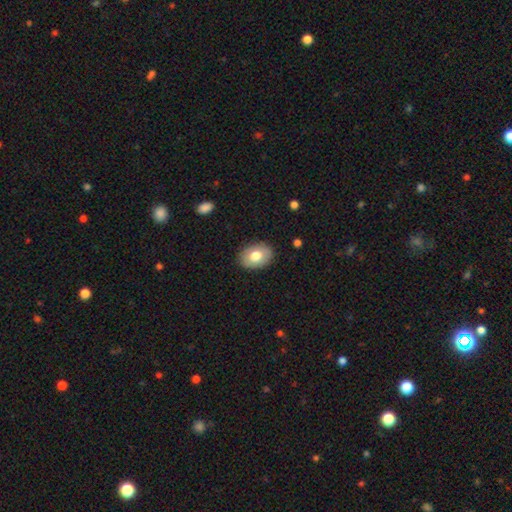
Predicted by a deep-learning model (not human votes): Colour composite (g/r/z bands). It shows a smooth galaxy with no disk features (74%) that is in between round and cigar-shaped (79%). Merging: none (87%).